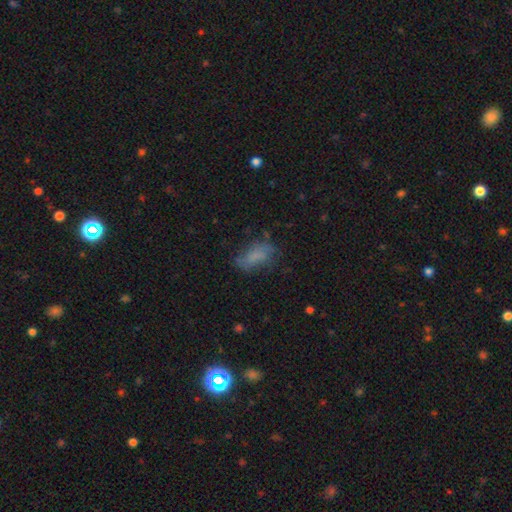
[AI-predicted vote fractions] A smooth galaxy with no disk features (68%) that is in between round and cigar-shaped (84%).

Vote fractions:
- Smooth or featured? smooth: 68% / featured or disk: 21% / star or artifact: 11%
- How rounded? in between: 84% / cigar-shaped: 12% / round: 4%
- Merging? none: 55% / minor disturbance: 27% / major disturbance: 15% / merger: 3%